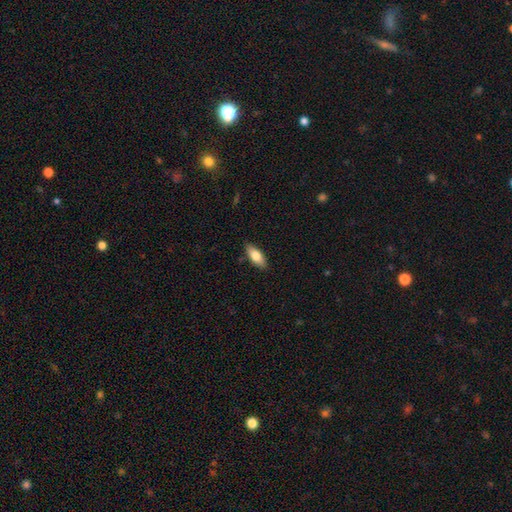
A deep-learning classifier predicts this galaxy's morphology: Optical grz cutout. It shows a smooth galaxy with no disk features (75%) that is in between round and cigar-shaped (78%). Merging: none (86%).